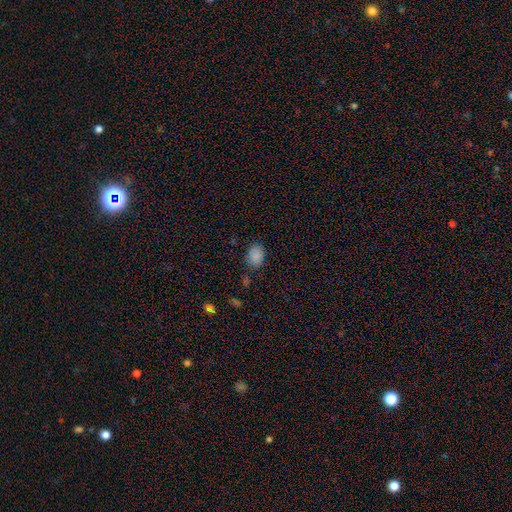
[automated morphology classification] A smooth galaxy with no disk features (85%) that is in between round and cigar-shaped (61%).

Vote fractions:
- Smooth or featured? smooth: 85% / star or artifact: 10% / featured or disk: 5%
- How rounded? in between: 61% / round: 38% / cigar-shaped: 1%
- Merging? none: 81% / minor disturbance: 14% / major disturbance: 3% / merger: 2%